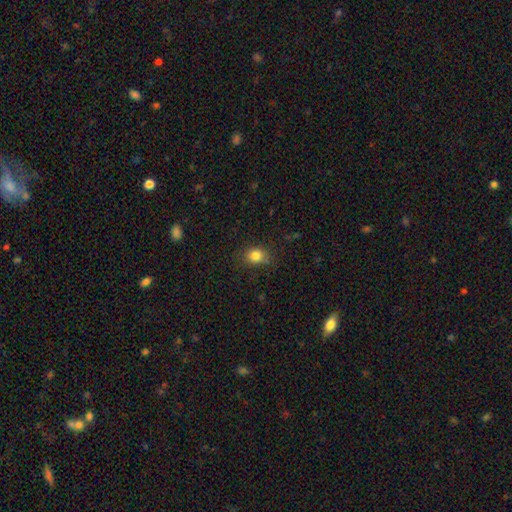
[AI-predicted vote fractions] A smooth galaxy with no disk features (83%) that is round (54%).

Vote fractions:
- Smooth or featured? smooth: 83% / star or artifact: 11% / featured or disk: 6%
- How rounded? round: 54% / in between: 45% / cigar-shaped: 1%
- Merging? none: 78% / minor disturbance: 16% / major disturbance: 4% / merger: 1%